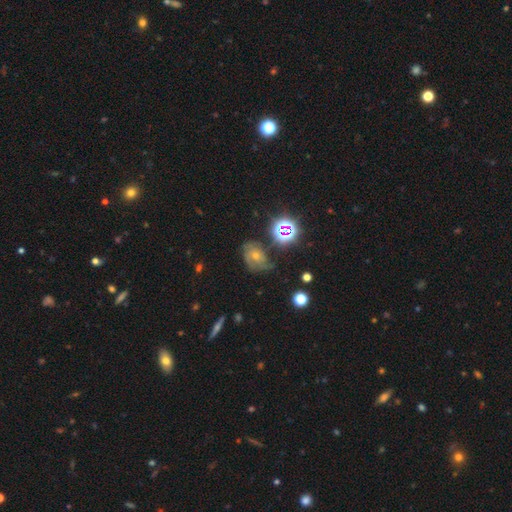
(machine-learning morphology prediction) Smooth or featured?
  - featured or disk: 52% *
  - smooth: 26%
  - star or artifact: 21%
Edge-on disk?
  - no: 96% *
  - yes: 4%
Bar?
  - no: 73% *
  - weak: 22%
  - strong: 5%
Spiral arms?
  - yes: 82% *
  - no: 18%
Bulge size?
  - moderate: 47% *
  - small: 45%
  - large: 3%
  - none: 3%
  - dominant: 1%
Merging?
  - none: 51% *
  - minor disturbance: 29%
  - major disturbance: 17%
  - merger: 4%